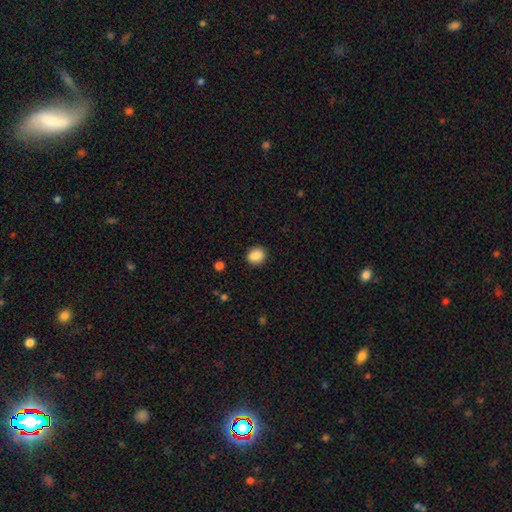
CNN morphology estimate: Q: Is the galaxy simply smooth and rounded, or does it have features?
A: smooth — 87%.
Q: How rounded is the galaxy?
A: round — 68%.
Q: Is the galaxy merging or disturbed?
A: none — 88%.